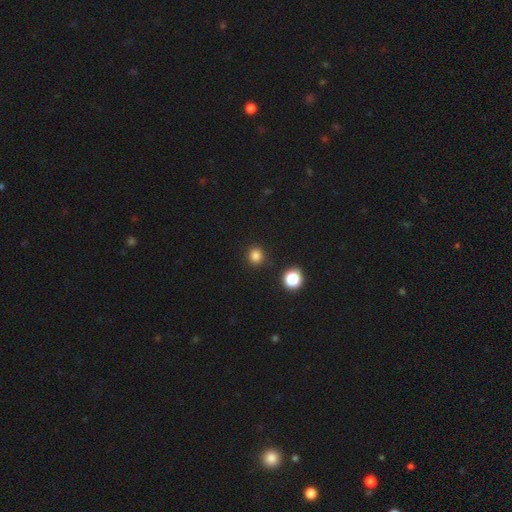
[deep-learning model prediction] A smooth galaxy with no disk features (82%) that is round (91%). Merging: none (90%).